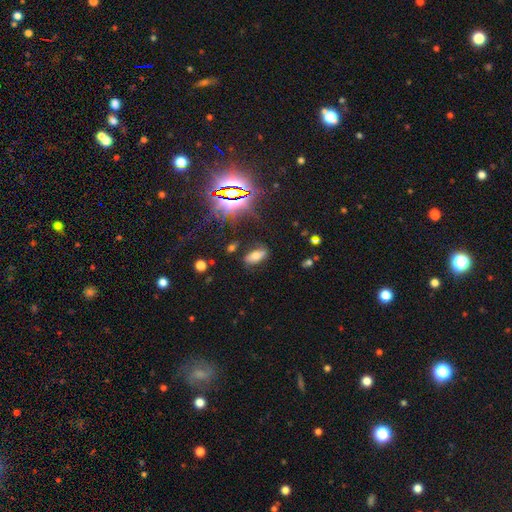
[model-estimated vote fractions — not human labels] This appears to be a smooth galaxy with no disk features (52%) that is in between round and cigar-shaped (86%). Merging: none (79%).